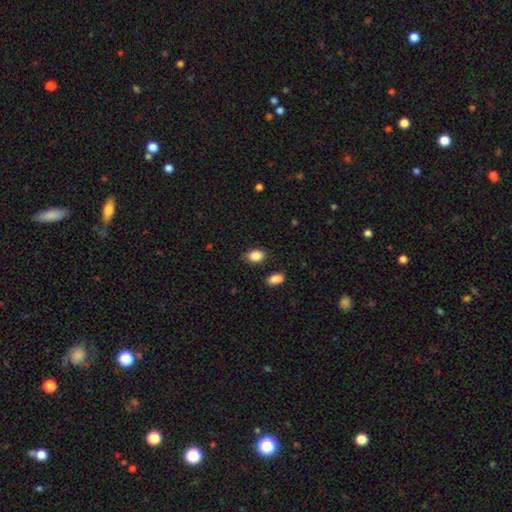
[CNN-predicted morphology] smooth 87%, star or artifact 9%, featured or disk 4%. Down the decision tree: how rounded — in between (73%); merging — none (82%).